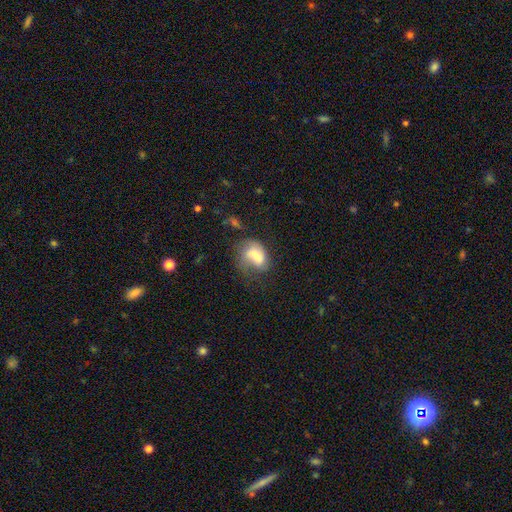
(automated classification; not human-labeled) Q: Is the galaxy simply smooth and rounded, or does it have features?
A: smooth — 59%.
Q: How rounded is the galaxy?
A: in between — 80%.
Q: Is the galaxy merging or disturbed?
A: none — 33%.